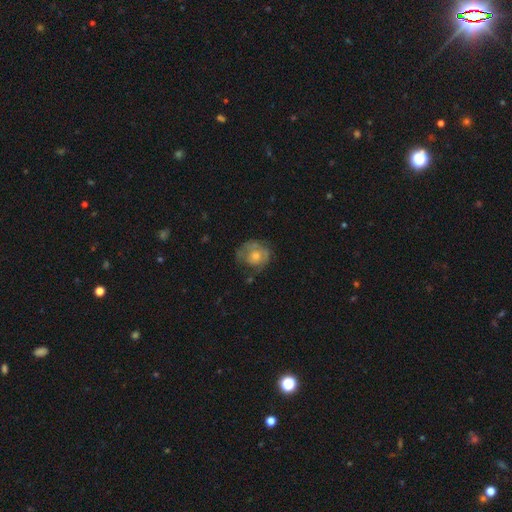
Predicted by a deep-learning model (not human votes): Smooth or featured? Predicted: smooth (p=0.45, tied with featured or disk). Merging? Predicted: none (p=0.61).